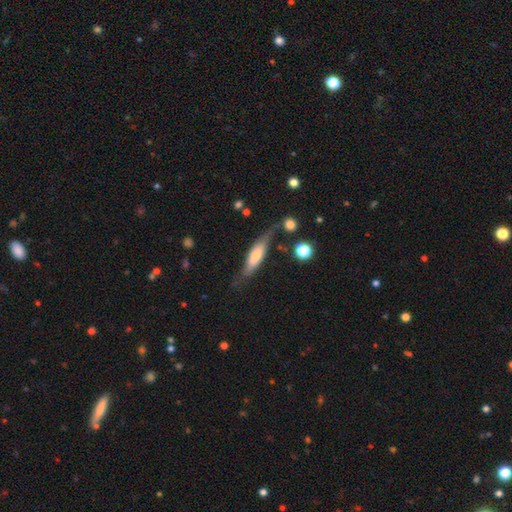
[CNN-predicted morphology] Overall: smooth (51%; featured or disk 43%). How rounded: cigar-shaped (66%; in between 32%). Merging: none (55%; minor disturbance 27%).